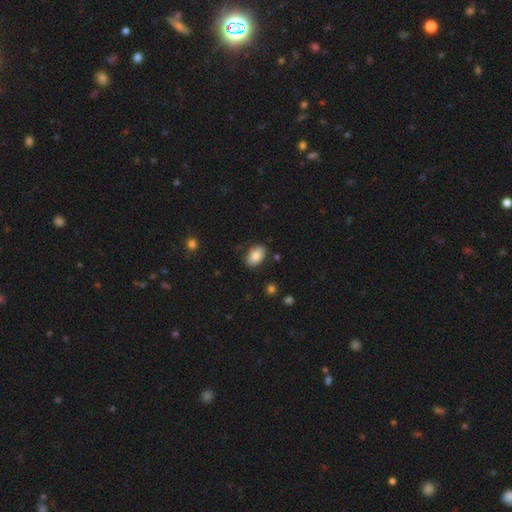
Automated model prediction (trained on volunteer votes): Q: Smooth or featured?
A: smooth (81%); runner-up: featured or disk (11%)
Q: How rounded?
A: in between (89%); runner-up: round (10%)
Q: Merging?
A: none (84%); runner-up: minor disturbance (12%)